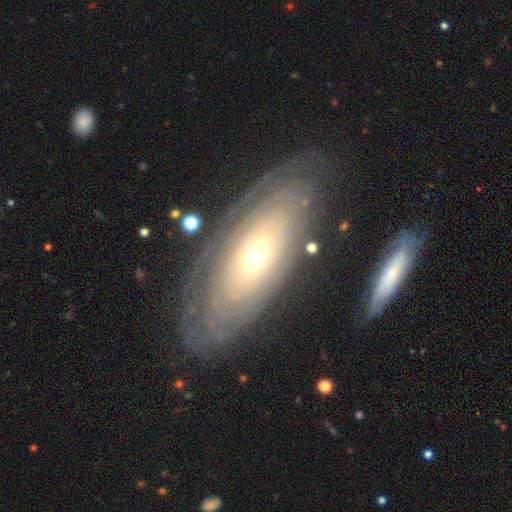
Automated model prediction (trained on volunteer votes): Overall: featured or disk (69%). Edge-on disk: no (87%). Bar: no (87%). Spiral arms: yes (64%; no 36%). Bulge size: small (56%; moderate 38%). Merging: none (77%).